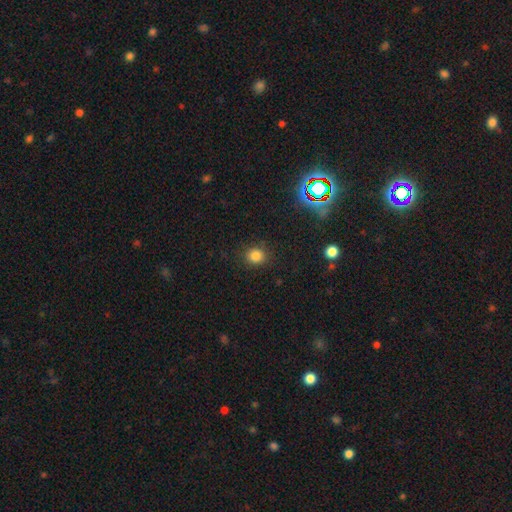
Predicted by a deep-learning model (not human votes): Smooth or featured: smooth — 82% (star or artifact — 14%)
How rounded: round — 78% (in between — 21%)
Merging: none — 87% (minor disturbance — 9%)